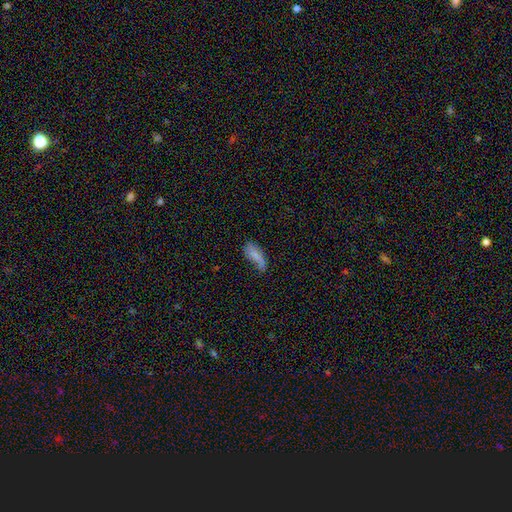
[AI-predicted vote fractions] A smooth galaxy with no disk features (73%) that is in between round and cigar-shaped (76%). Merging: none (39%).